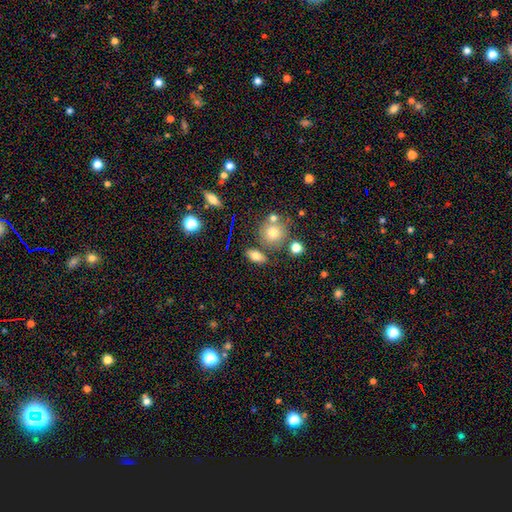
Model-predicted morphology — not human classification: Smooth or featured? smooth (72%)
How rounded? in between (79%)
Merging? none (75%)